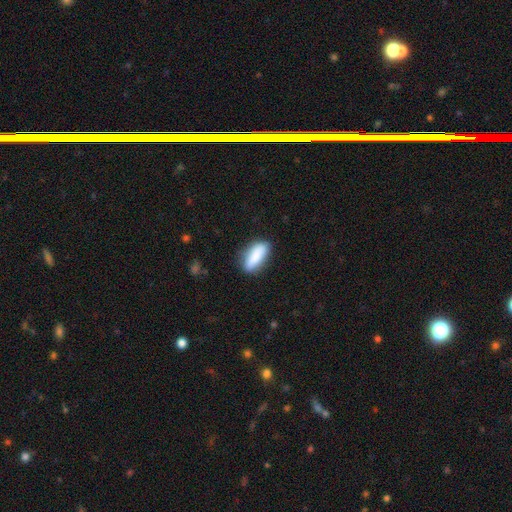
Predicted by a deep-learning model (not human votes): Morphology: type=smooth (84%); roundness=in between (70%); merging=none (78%).